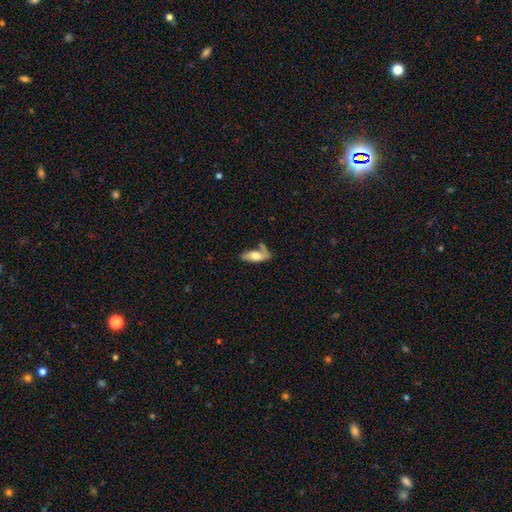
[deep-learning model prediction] The model was most divided on "merging": none: 45%, minor disturbance: 24%, merger: 16%, major disturbance: 15%. More confident: how rounded — in between (78%); smooth or featured — smooth (59%).